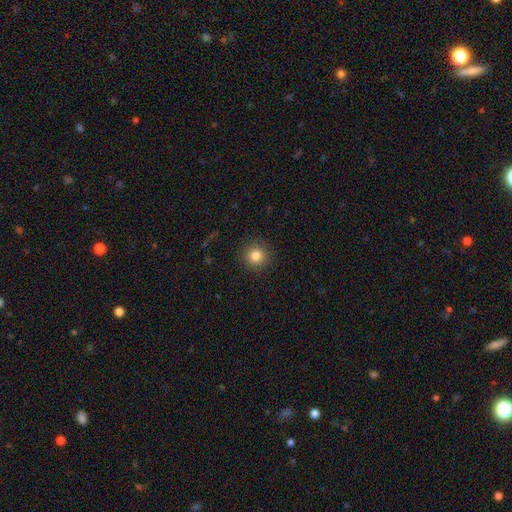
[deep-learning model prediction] A smooth galaxy with no disk features (83%) that is round (94%).

Vote fractions:
- Smooth or featured? smooth: 83% / star or artifact: 11% / featured or disk: 6%
- How rounded? round: 94% / in between: 5% / cigar-shaped: 1%
- Merging? none: 91% / minor disturbance: 6% / major disturbance: 2% / merger: 1%